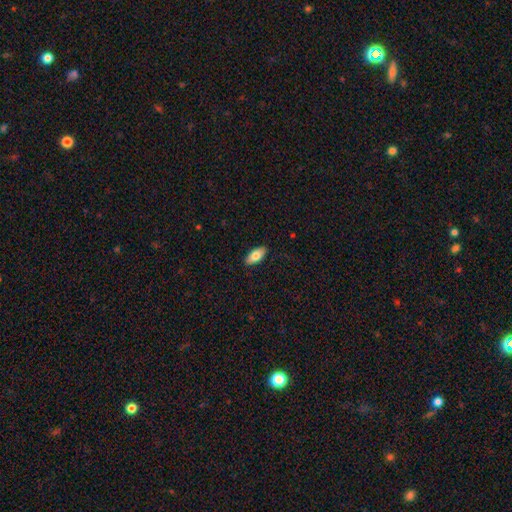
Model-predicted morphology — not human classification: Overall: smooth (76%). How rounded: in between (87%). Merging: none (89%).